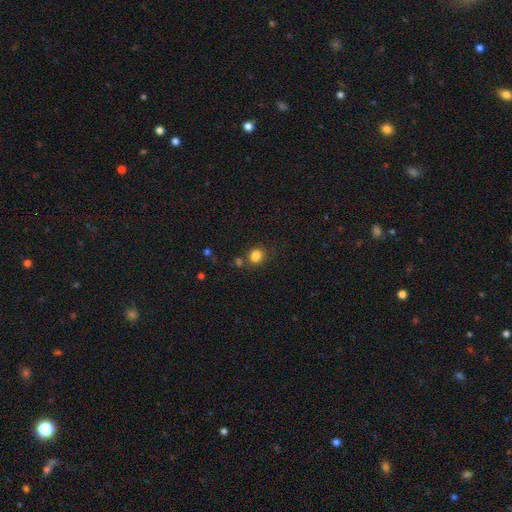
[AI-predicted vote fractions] smooth 83%, star or artifact 12%, featured or disk 5%. Down the decision tree: how rounded — round (59%); merging — none (70%).